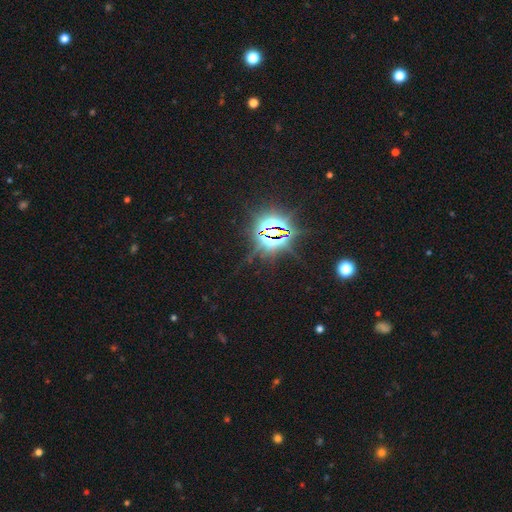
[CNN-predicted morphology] smooth-or-featured: star or artifact: 85% | smooth: 8% | featured or disk: 7%